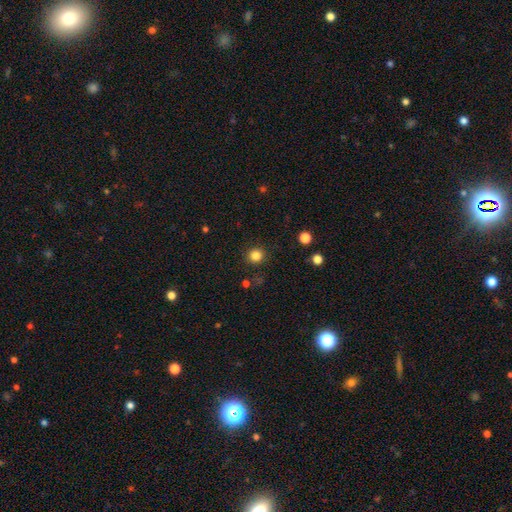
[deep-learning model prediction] A smooth galaxy with no disk features (83%) that is round (94%). Merging: none (90%).